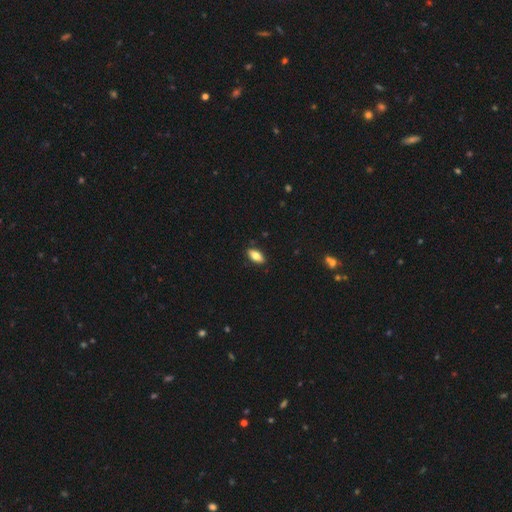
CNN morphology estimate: This is likely a smooth galaxy (77%). How rounded: clearly in between (87%). Merging: clearly none (88%).